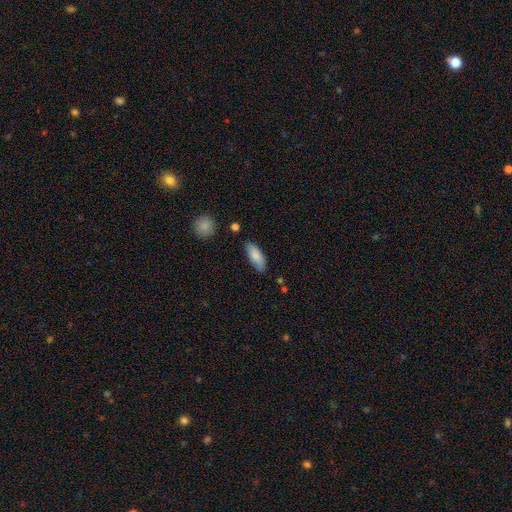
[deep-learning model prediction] A smooth galaxy with no disk features (84%) that is in between round and cigar-shaped (74%).

Vote fractions:
- Smooth or featured? smooth: 84% / featured or disk: 10% / star or artifact: 6%
- How rounded? in between: 74% / cigar-shaped: 25% / round: 2%
- Merging? none: 80% / minor disturbance: 15% / major disturbance: 3% / merger: 2%